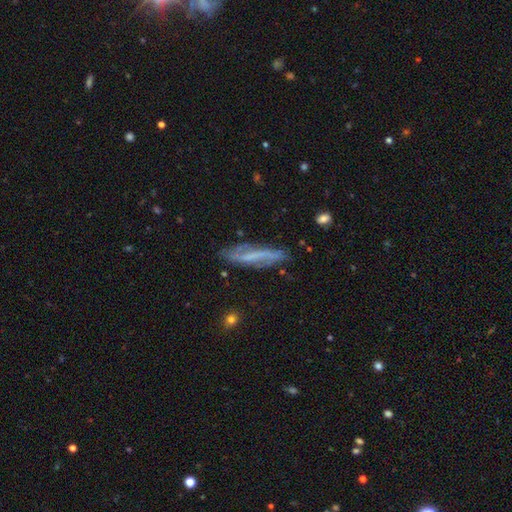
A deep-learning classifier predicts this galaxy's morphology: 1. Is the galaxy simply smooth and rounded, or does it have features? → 63% featured or disk, 28% smooth, 9% star or artifact.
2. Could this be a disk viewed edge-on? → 56% no, 44% yes.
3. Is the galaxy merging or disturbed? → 72% none, 19% minor disturbance, 6% major disturbance, 3% merger.